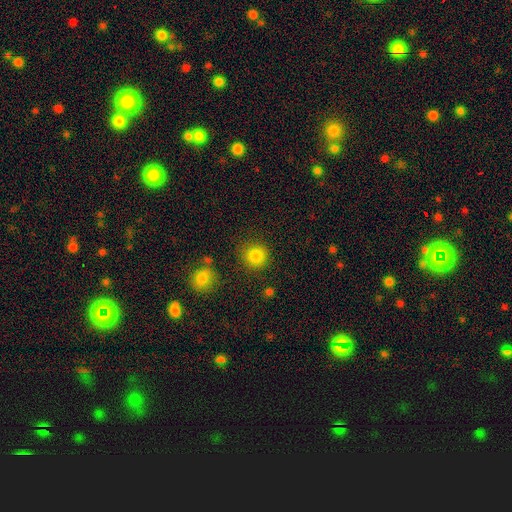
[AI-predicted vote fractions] A smooth galaxy with no disk features (85%) that is round (93%).

Vote fractions:
- Smooth or featured? smooth: 85% / star or artifact: 11% / featured or disk: 4%
- How rounded? round: 93% / in between: 6% / cigar-shaped: 1%
- Merging? none: 85% / minor disturbance: 8% / major disturbance: 3% / merger: 3%